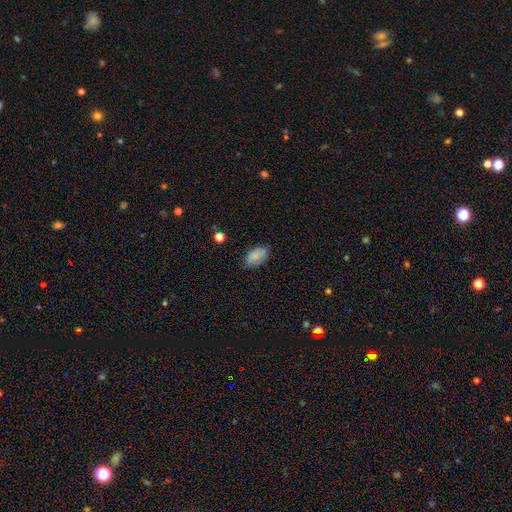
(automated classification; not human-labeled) smooth_or_featured: smooth (p=0.83) [alt: featured or disk p=0.09]
how_rounded: in between (p=0.93) [alt: round p=0.05]
merging: none (p=0.75) [alt: minor disturbance p=0.20]